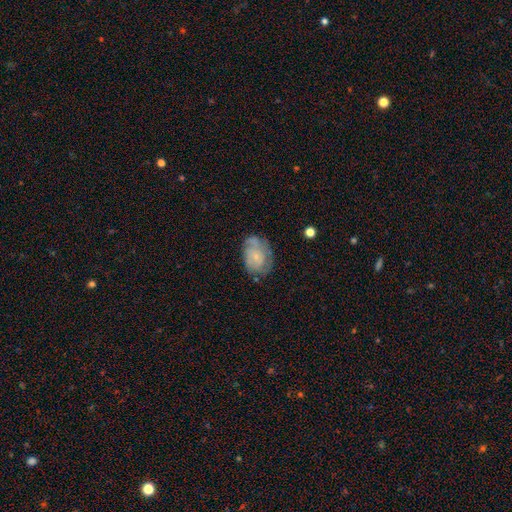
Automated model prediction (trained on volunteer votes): Overall: featured or disk (57%; smooth 35%). Edge-on disk: no (97%). Bar: no (76%). Spiral arms: yes (74%). Bulge size: small (71%). Merging: none (57%; minor disturbance 27%).